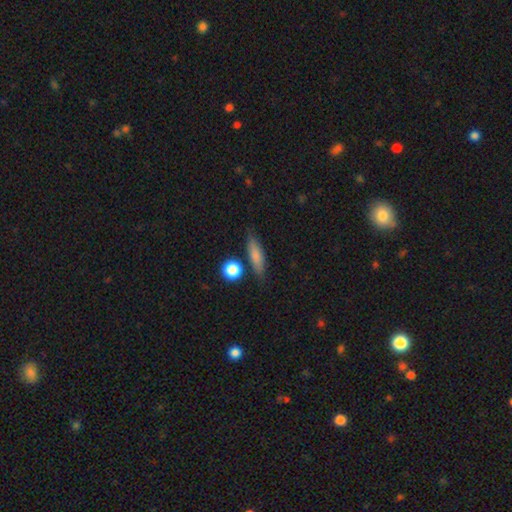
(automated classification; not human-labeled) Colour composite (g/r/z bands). It shows a smooth galaxy with no disk features (75%) that is cigar-shaped (60%). Merging: none (78%).